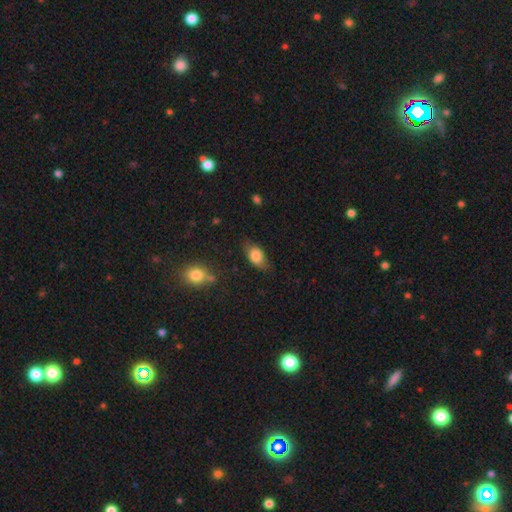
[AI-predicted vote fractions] Smooth or featured? Predicted: smooth (p=0.78). How rounded? Predicted: in between (p=0.86). Merging? Predicted: none (p=0.70).